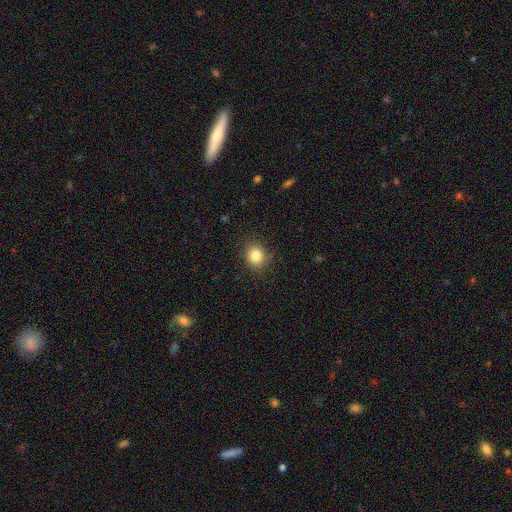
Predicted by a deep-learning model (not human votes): Overall: smooth (84%). How rounded: round (72%). Merging: none (88%).